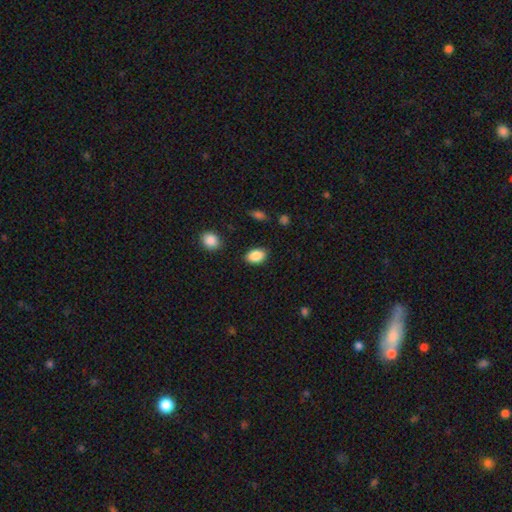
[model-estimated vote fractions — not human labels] A smooth galaxy with no disk features (88%) that is in between round and cigar-shaped (86%). Merging: none (84%).